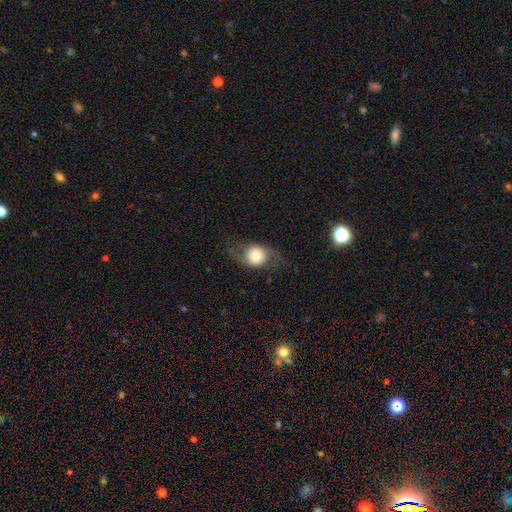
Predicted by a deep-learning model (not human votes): A smooth galaxy with no disk features (61%) that is round (65%). Merging: none (69%).